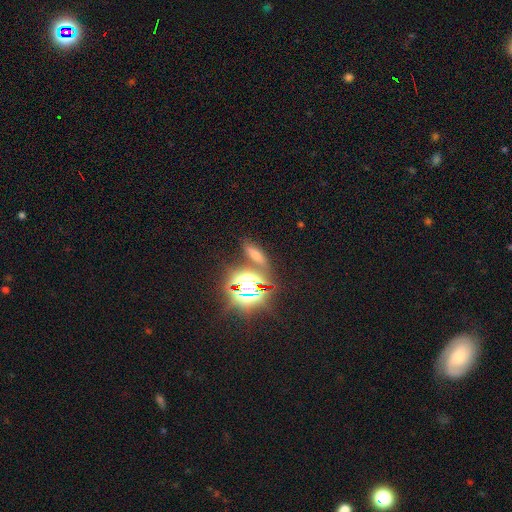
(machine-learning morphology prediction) Smooth or featured: star or artifact — 53% (smooth — 30%)